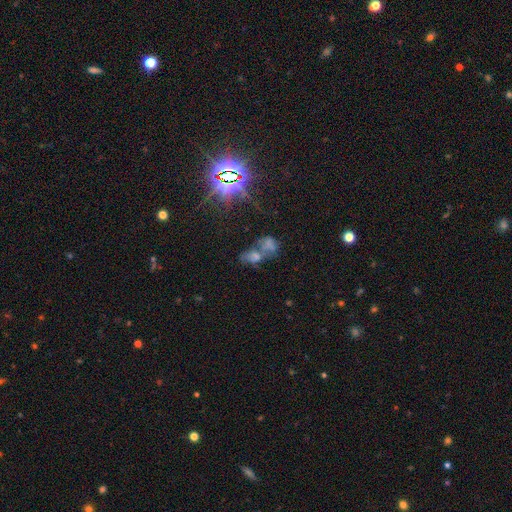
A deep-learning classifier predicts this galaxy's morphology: Smooth or featured?
  - star or artifact: 49% *
  - smooth: 26%
  - featured or disk: 25%